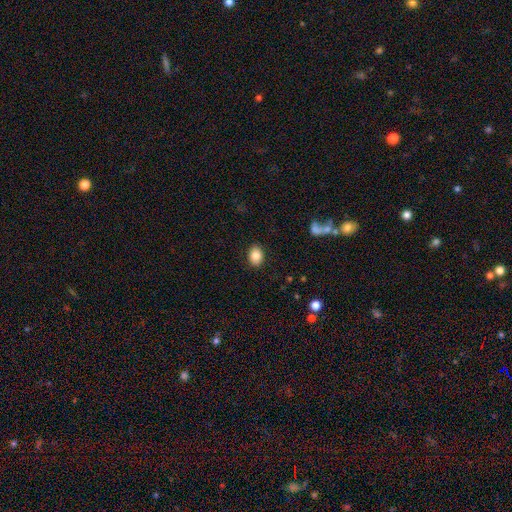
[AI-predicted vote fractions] smooth 85%, star or artifact 8%, featured or disk 7%. Down the decision tree: how rounded — in between (64%); merging — none (89%).